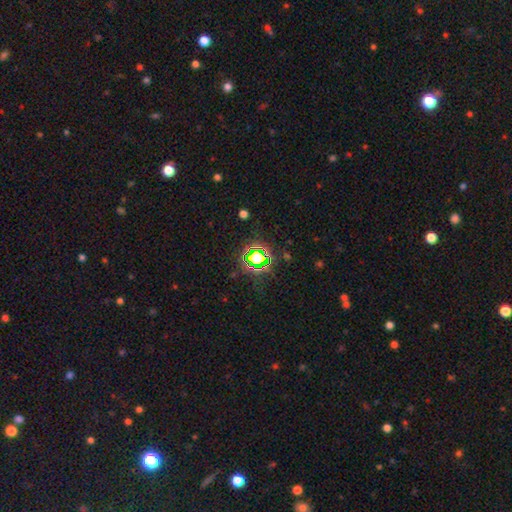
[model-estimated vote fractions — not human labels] This appears to be a star or artifact, not a galaxy (69%).